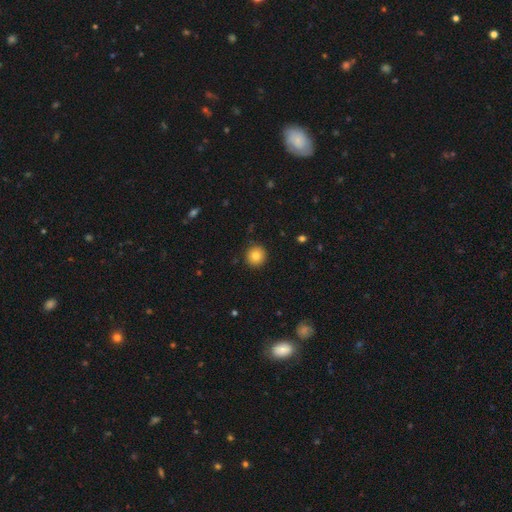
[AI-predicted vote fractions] Morphology: type=smooth (82%); roundness=round (94%); merging=none (91%).